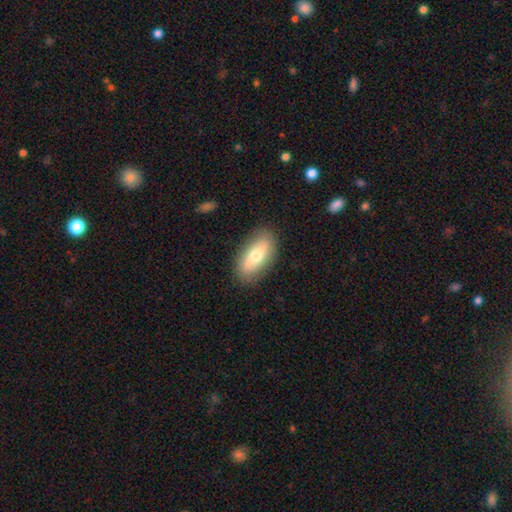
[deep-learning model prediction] A smooth galaxy with no disk features (63%) that is in between round and cigar-shaped (86%).

Vote fractions:
- Smooth or featured? smooth: 63% / featured or disk: 31% / star or artifact: 6%
- How rounded? in between: 86% / cigar-shaped: 10% / round: 4%
- Merging? none: 87% / minor disturbance: 10% / major disturbance: 2% / merger: 1%